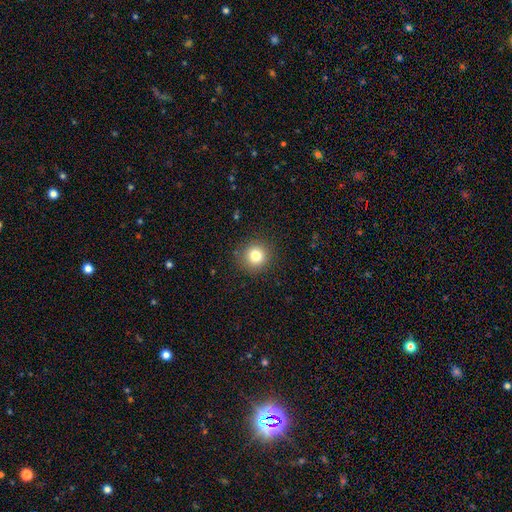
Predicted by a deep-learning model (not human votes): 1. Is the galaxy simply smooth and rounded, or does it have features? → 80% smooth, 12% star or artifact, 7% featured or disk.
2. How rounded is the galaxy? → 93% round, 6% in between, 1% cigar-shaped.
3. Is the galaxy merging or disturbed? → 90% none, 6% minor disturbance, 2% major disturbance, 1% merger.